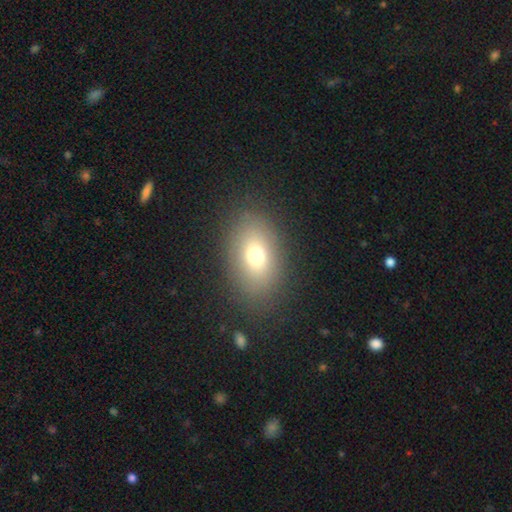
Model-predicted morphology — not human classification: The model was most divided on "smooth or featured": smooth: 71%, featured or disk: 16%, star or artifact: 13%. More confident: merging — none (83%); how rounded — in between (78%).